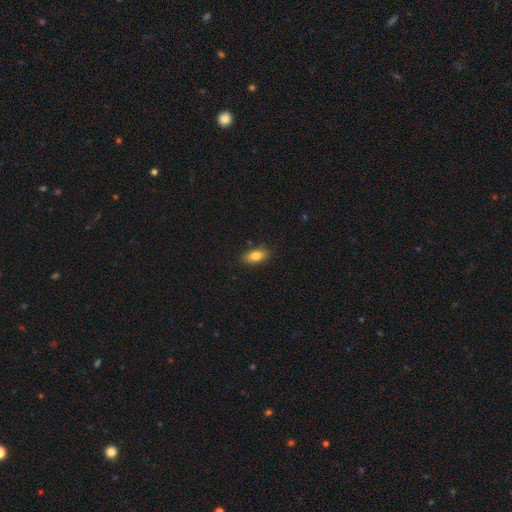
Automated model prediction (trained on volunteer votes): Q: Smooth or featured?
A: smooth (83%); runner-up: featured or disk (9%)
Q: How rounded?
A: in between (88%); runner-up: cigar-shaped (7%)
Q: Merging?
A: none (85%); runner-up: minor disturbance (11%)